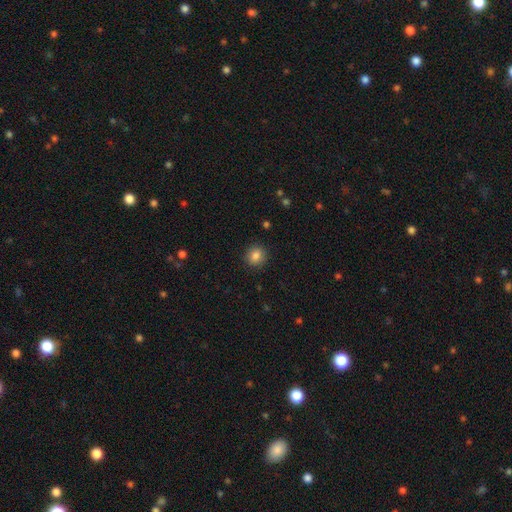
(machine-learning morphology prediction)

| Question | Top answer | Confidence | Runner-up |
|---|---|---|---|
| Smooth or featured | smooth | 85% | star or artifact (10%) |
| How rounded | round | 87% | in between (12%) |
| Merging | none | 91% | minor disturbance (6%) |